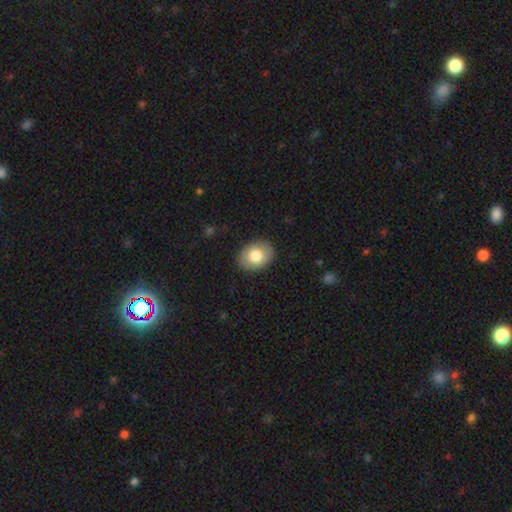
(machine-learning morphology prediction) The model was most divided on "how rounded": in between: 68%, round: 31%, cigar-shaped: 1%. More confident: merging — none (89%); smooth or featured — smooth (79%).